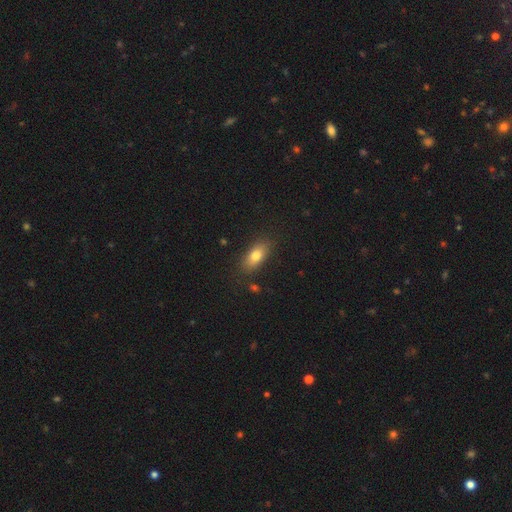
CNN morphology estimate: This appears to be a smooth galaxy with no disk features (77%) that is in between round and cigar-shaped (84%). Merging: none (83%).